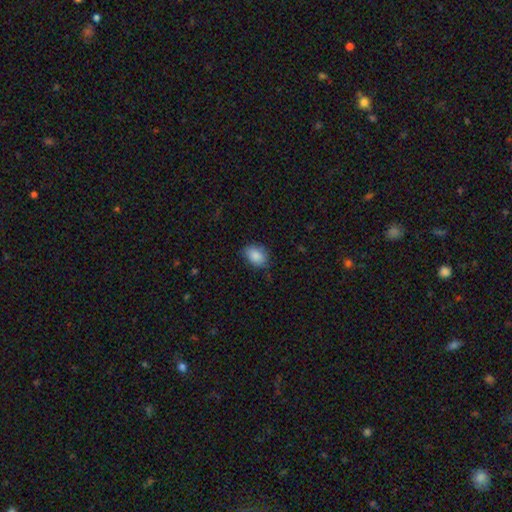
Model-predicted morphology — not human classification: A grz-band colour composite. It shows a smooth galaxy with no disk features (88%) that is in between round and cigar-shaped (77%). Merging: none (77%).